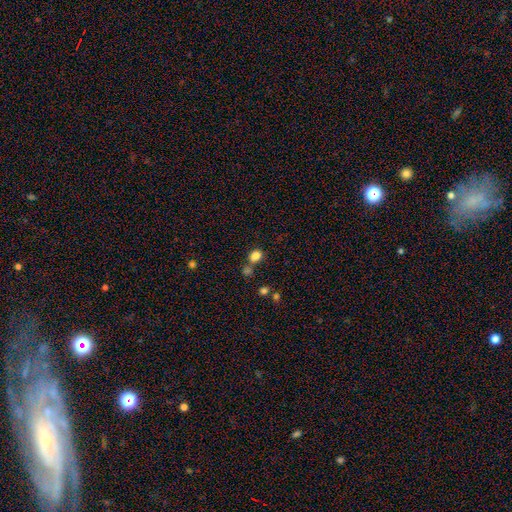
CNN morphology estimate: A smooth galaxy with no disk features (82%) that is round (53%). Merging: none (59%).